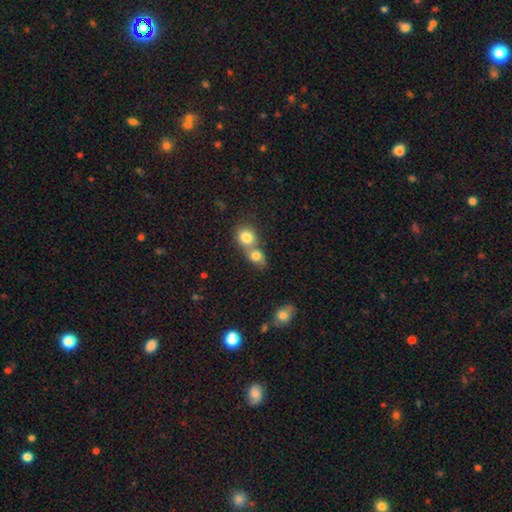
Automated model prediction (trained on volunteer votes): Smooth or featured: smooth — 79% (featured or disk — 11%)
How rounded: round — 59% (in between — 39%)
Merging: merger — 64% (none — 27%)